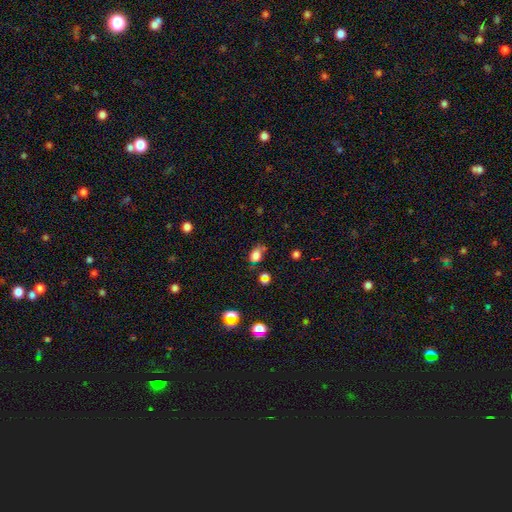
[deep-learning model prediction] Smooth or featured? smooth (76%)
How rounded? in between (77%)
Merging? none (49%)